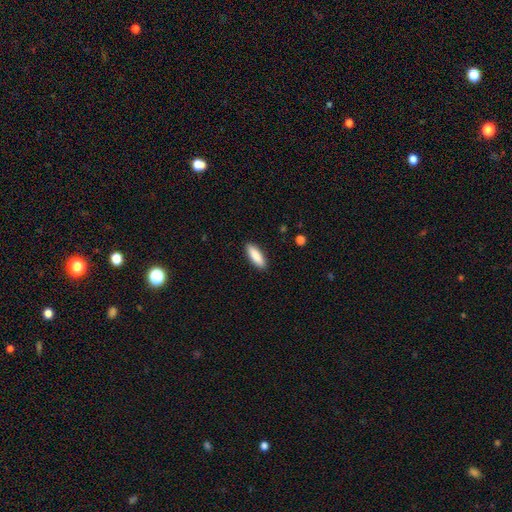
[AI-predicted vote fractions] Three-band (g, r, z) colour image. It shows a smooth galaxy with no disk features (89%) that is in between round and cigar-shaped (59%). Merging: none (90%).